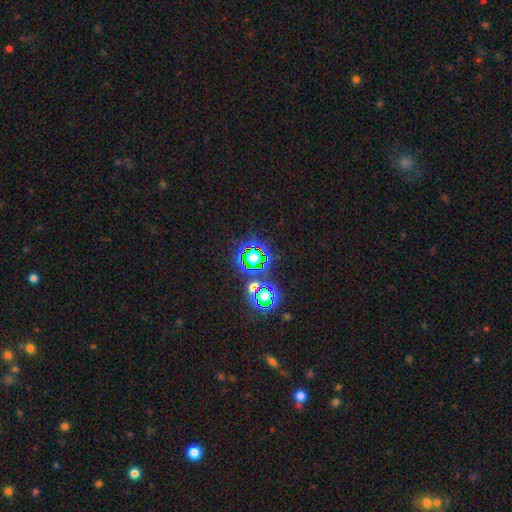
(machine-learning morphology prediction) smooth-or-featured: star or artifact: 75% | smooth: 18% | featured or disk: 8%